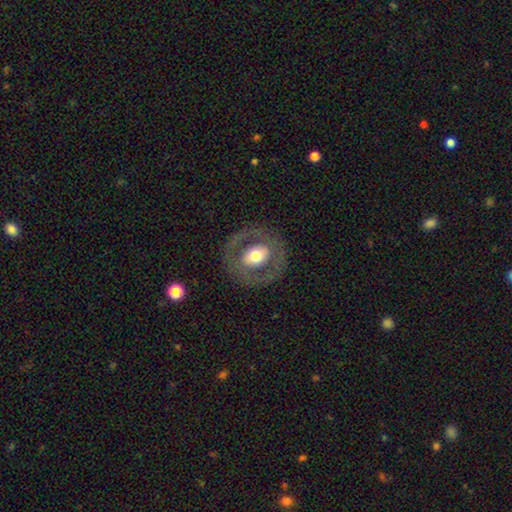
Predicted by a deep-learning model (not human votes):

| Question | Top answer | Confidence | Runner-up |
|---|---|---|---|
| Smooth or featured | featured or disk | 53% | smooth (40%) |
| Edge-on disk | no | 94% | yes (6%) |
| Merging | none | 81% | minor disturbance (10%) |